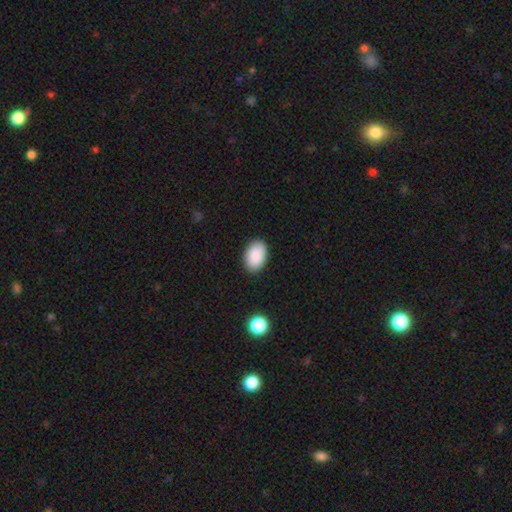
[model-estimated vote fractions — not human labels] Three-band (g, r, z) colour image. It shows a smooth galaxy with no disk features (90%) that is in between round and cigar-shaped (90%). Merging: none (89%).